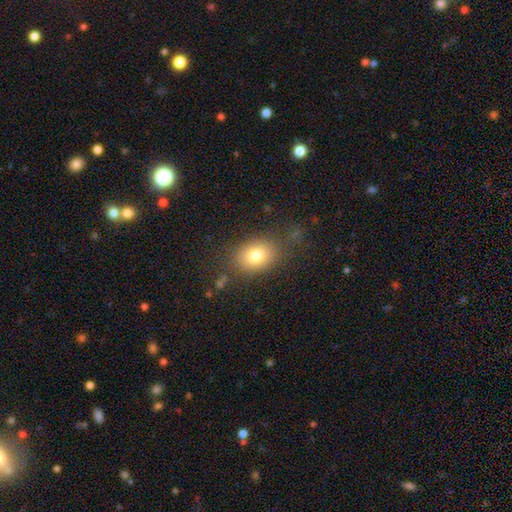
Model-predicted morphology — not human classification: smooth_or_featured: smooth (p=0.78) [alt: featured or disk p=0.11]
how_rounded: in between (p=0.66) [alt: round p=0.33]
merging: none (p=0.76) [alt: minor disturbance p=0.14]